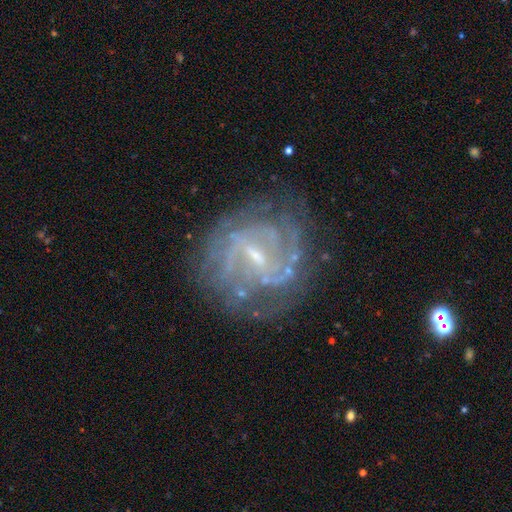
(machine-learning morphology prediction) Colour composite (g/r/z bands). It shows a featured or disk galaxy (86%) with a weak bar (53%), 2 (36%) tight (51%) spiral arms (92%) and a small central bulge (63%). Merging: none (72%).